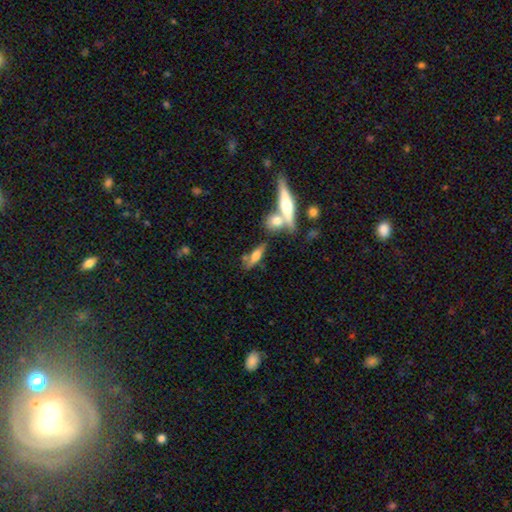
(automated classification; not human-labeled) Overall: smooth (46%; featured or disk 45%). Merging: none (59%; merger 22%).